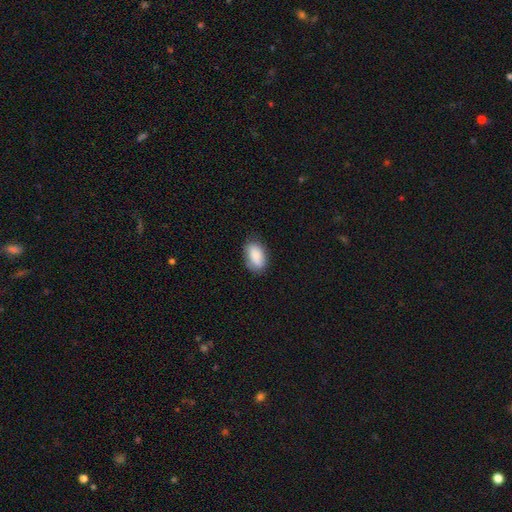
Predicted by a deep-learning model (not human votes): Overall: smooth (85%). How rounded: in between (91%). Merging: none (71%).